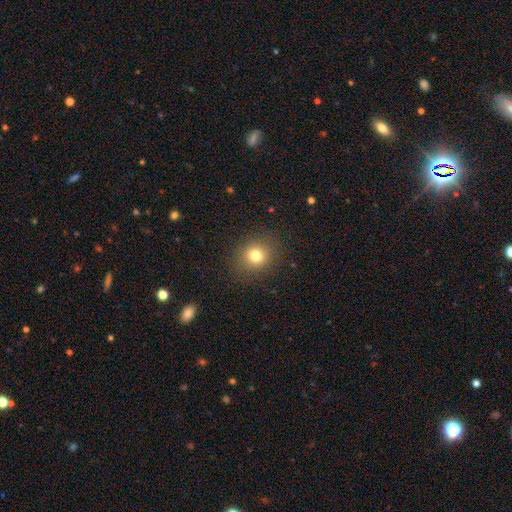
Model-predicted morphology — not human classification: This is likely a smooth galaxy (77%). How rounded: likely round (76%). Merging: clearly none (87%).